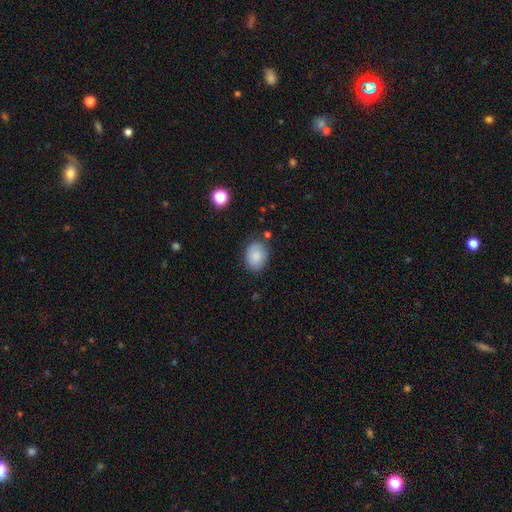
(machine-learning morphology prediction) Overall: smooth (83%). How rounded: in between (65%; round 34%). Merging: none (77%).